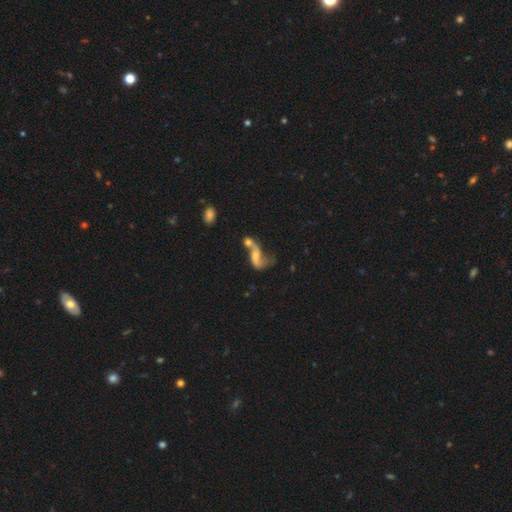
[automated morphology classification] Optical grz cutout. It shows a featured or disk galaxy (60%) with no bar (58%), spiral arms (71%) and a moderate central bulge (40%). Merging: merger (57%).